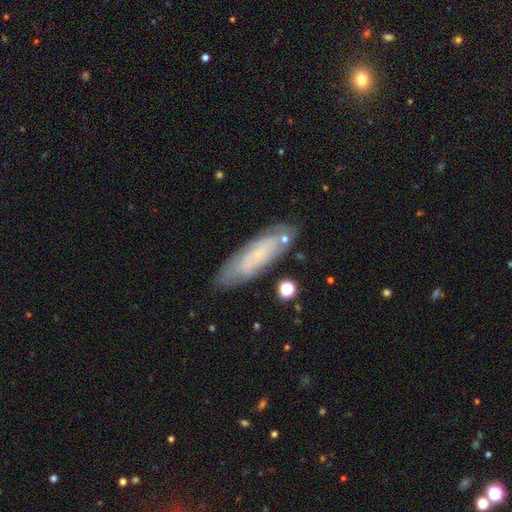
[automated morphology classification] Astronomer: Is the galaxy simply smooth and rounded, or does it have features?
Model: featured or disk — 45% (runner-up: smooth, 44%).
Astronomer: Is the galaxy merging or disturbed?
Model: none — 77%.